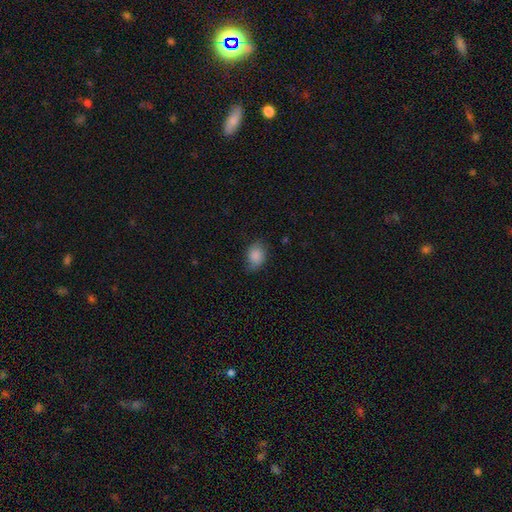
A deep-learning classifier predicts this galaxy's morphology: smooth 85%, featured or disk 8%, star or artifact 8%. Down the decision tree: how rounded — in between (65%); merging — none (70%).